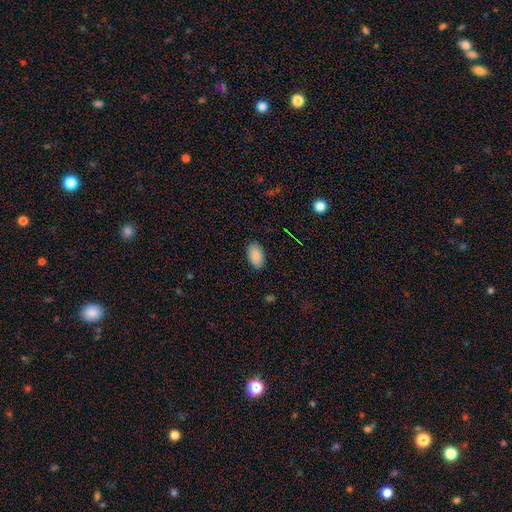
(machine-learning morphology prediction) Smooth or featured: smooth — 89% (star or artifact — 7%)
How rounded: in between — 94% (round — 4%)
Merging: none — 88% (minor disturbance — 9%)